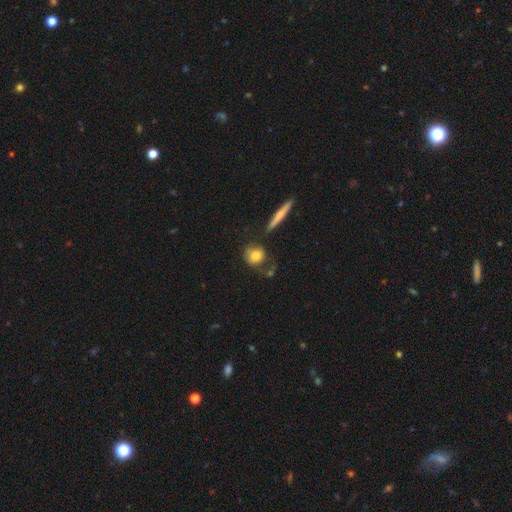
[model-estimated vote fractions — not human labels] Smooth or featured? smooth (78%)
How rounded? round (73%)
Merging? none (58%)